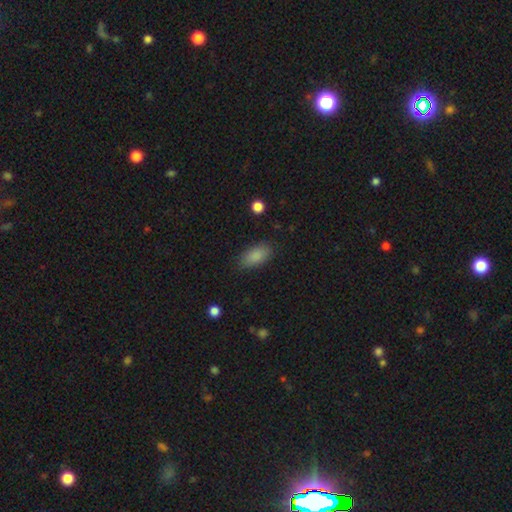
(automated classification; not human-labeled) smooth-or-featured: smooth: 87% | star or artifact: 8% | featured or disk: 5%
  how-rounded: in between: 91% | cigar-shaped: 6% | round: 3%
  merging: none: 85% | minor disturbance: 11% | major disturbance: 3% | merger: 1%